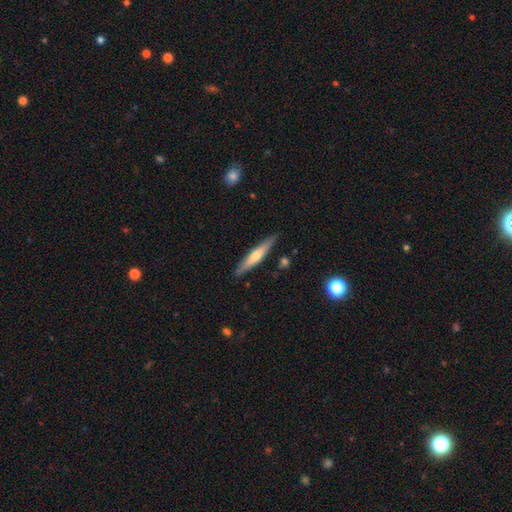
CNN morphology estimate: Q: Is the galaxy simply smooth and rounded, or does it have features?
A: featured or disk — 48%.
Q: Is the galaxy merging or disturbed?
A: none — 88%.